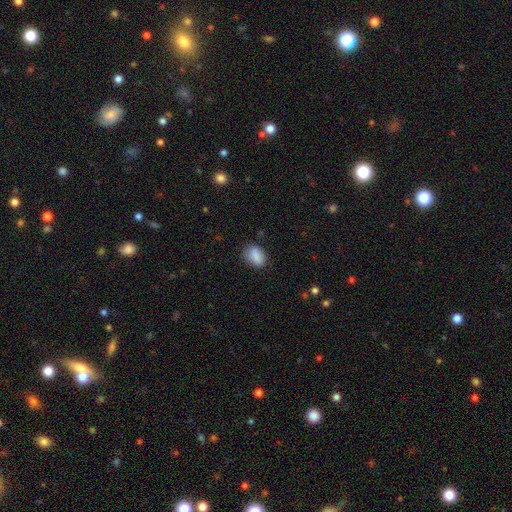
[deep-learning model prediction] smooth_or_featured: smooth (p=0.85) [alt: star or artifact p=0.08]
how_rounded: in between (p=0.81) [alt: round p=0.15]
merging: none (p=0.74) [alt: minor disturbance p=0.20]